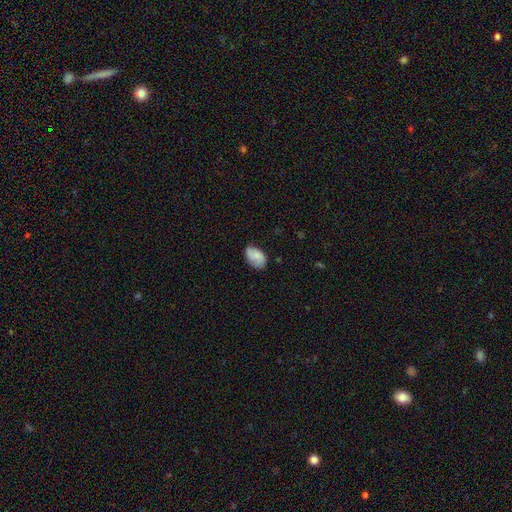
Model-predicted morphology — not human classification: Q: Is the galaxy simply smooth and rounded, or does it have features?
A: smooth — 77%.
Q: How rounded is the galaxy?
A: in between — 91%.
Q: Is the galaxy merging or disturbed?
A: none — 64%.